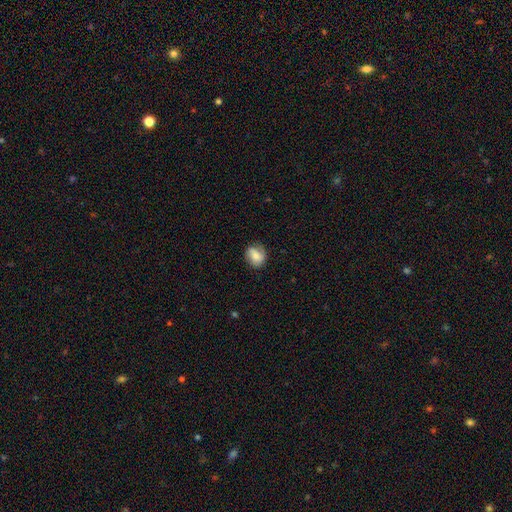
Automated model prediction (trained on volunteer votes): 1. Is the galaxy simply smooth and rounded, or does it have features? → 65% smooth, 27% featured or disk, 8% star or artifact.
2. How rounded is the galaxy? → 65% round, 34% in between, 1% cigar-shaped.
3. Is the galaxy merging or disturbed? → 74% none, 20% minor disturbance, 5% major disturbance, 1% merger.